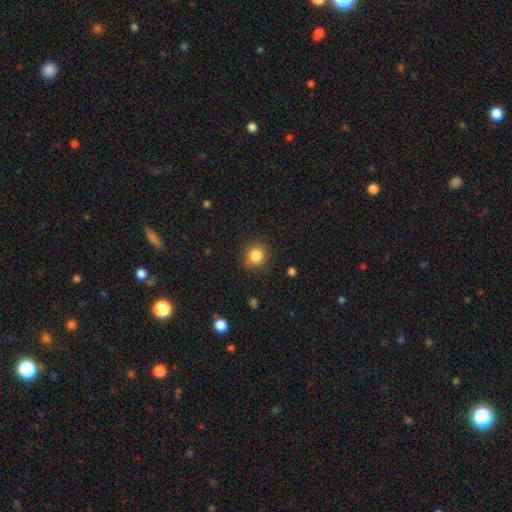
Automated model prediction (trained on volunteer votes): Q: Smooth or featured?
A: smooth (85%); runner-up: star or artifact (11%)
Q: How rounded?
A: round (86%); runner-up: in between (13%)
Q: Merging?
A: none (84%); runner-up: minor disturbance (11%)